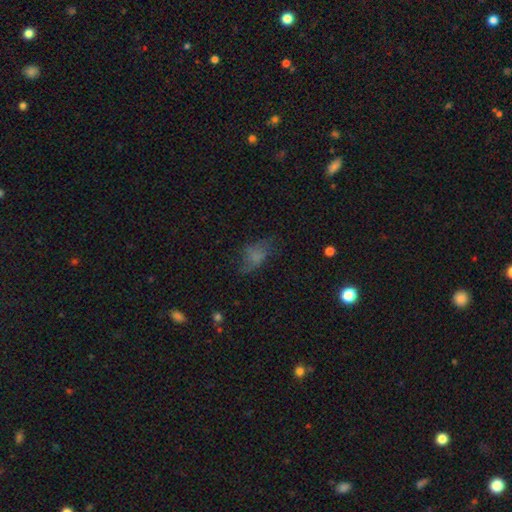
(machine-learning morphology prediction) Smooth or featured? smooth (61%)
How rounded? in between (84%)
Merging? none (51%)